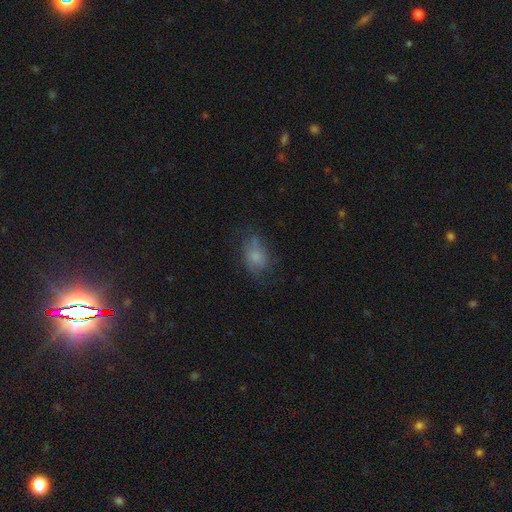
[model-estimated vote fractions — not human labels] Smooth or featured? smooth (65%)
How rounded? in between (79%)
Merging? none (53%)